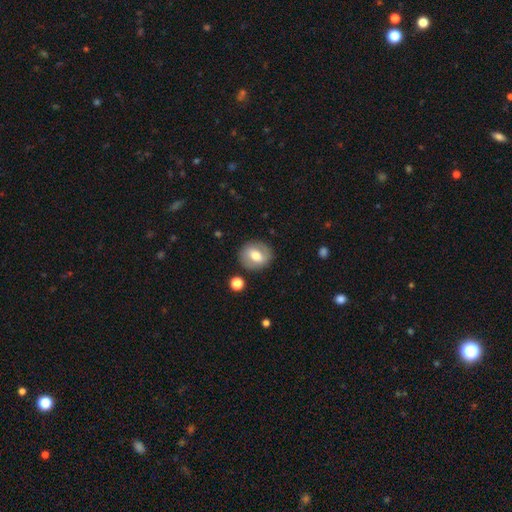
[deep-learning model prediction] smooth_or_featured: smooth (p=0.54) [alt: featured or disk p=0.39]
how_rounded: round (p=0.71) [alt: in between p=0.28]
merging: none (p=0.85) [alt: minor disturbance p=0.10]